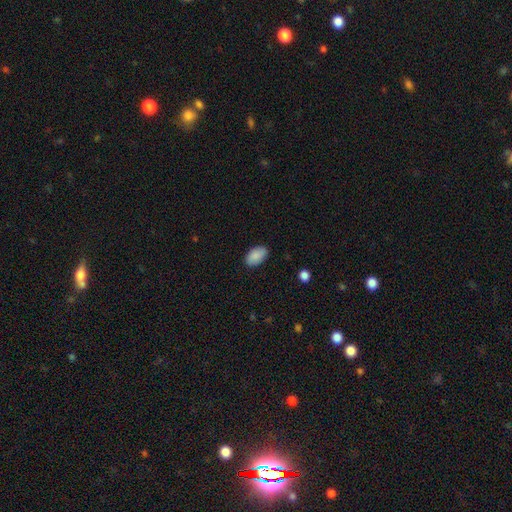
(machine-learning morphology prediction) smooth 89%, star or artifact 7%, featured or disk 4%. Down the decision tree: how rounded — in between (94%); merging — none (87%).